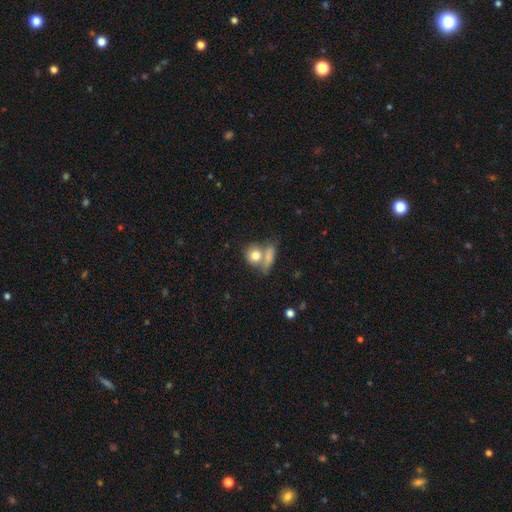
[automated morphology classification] smooth-or-featured: smooth: 79% | featured or disk: 13% | star or artifact: 8%
  how-rounded: round: 66% | in between: 29% | cigar-shaped: 5%
  merging: merger: 43% | none: 41% | minor disturbance: 10% | major disturbance: 6%